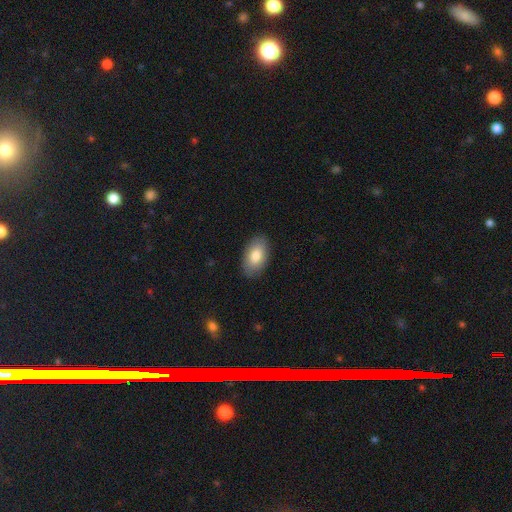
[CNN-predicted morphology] smooth 82%, featured or disk 12%, star or artifact 6%. Down the decision tree: how rounded — in between (95%); merging — none (87%).